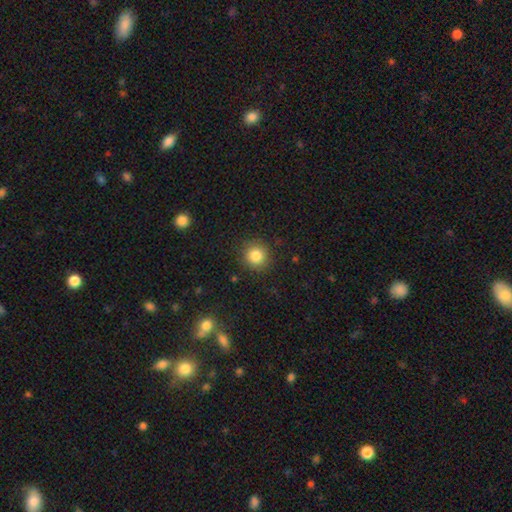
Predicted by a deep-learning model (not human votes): smooth 84%, star or artifact 11%, featured or disk 5%. Down the decision tree: how rounded — round (93%); merging — none (89%).